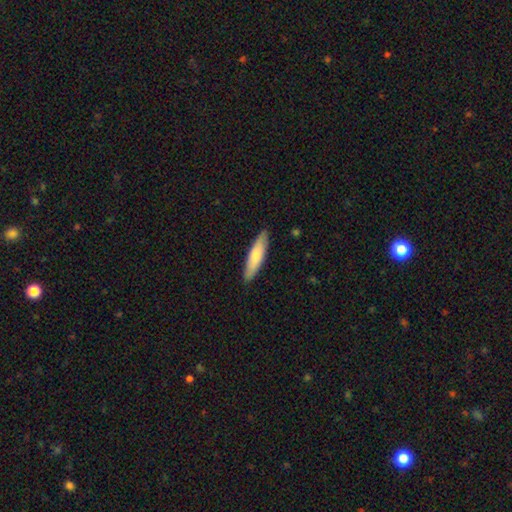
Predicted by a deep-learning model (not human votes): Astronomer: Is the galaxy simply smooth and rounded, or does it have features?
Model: smooth — 72%.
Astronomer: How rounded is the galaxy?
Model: cigar-shaped — 73%.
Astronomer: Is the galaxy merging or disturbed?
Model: none — 89%.